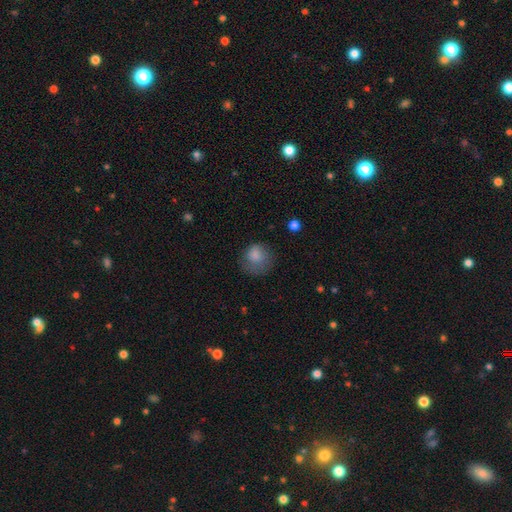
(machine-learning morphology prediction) A smooth galaxy with no disk features (81%) that is round (79%). Merging: none (50%).